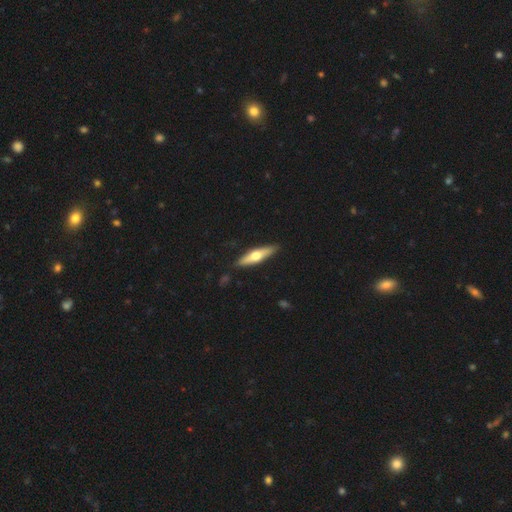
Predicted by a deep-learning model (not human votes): Smooth or featured? featured or disk (52%)
Edge-on disk? yes (91%)
Merging? none (89%)